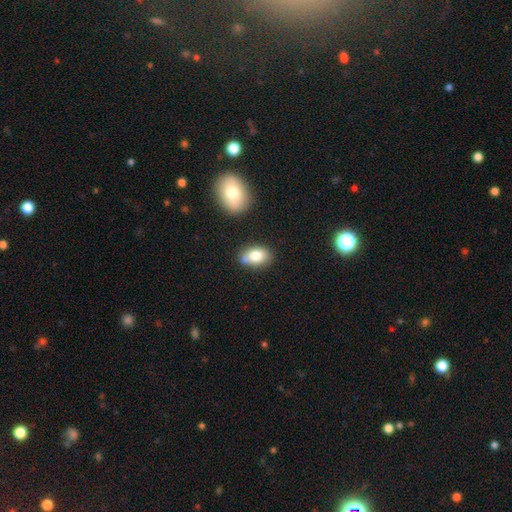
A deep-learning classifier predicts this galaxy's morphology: A smooth galaxy with no disk features (79%) that is in between round and cigar-shaped (79%).

Vote fractions:
- Smooth or featured? smooth: 79% / featured or disk: 13% / star or artifact: 9%
- How rounded? in between: 79% / round: 20% / cigar-shaped: 1%
- Merging? none: 58% / minor disturbance: 19% / merger: 18% / major disturbance: 5%